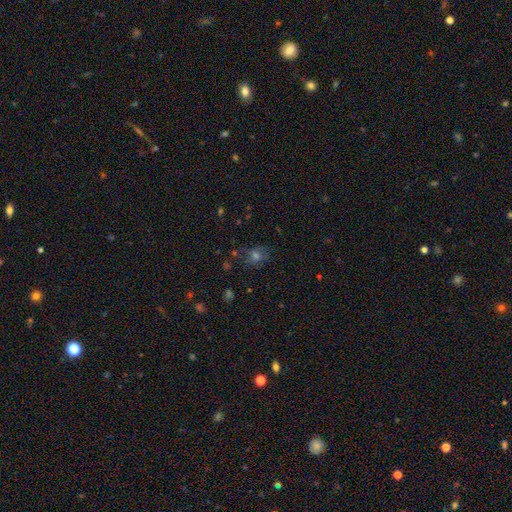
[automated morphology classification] smooth-or-featured: smooth: 46% | star or artifact: 32% | featured or disk: 22%
  merging: none: 68% | minor disturbance: 18% | major disturbance: 10% | merger: 4%